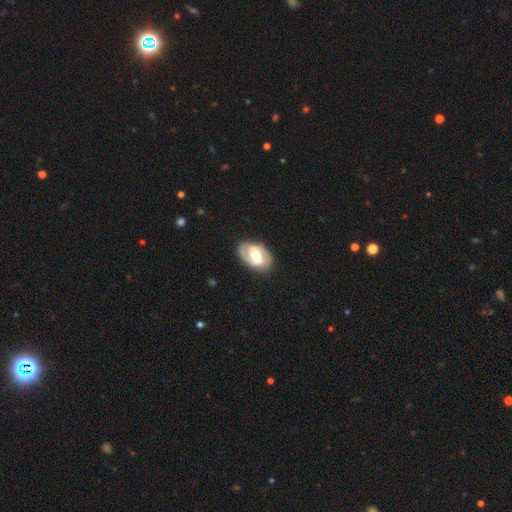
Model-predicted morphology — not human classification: type=featured or disk (77%); edge-on=no (96%); bar=weak (44%); spiral arms=yes (83%); winding=medium (42%, tied with tight); arm count=2 (87%); bulge=moderate (60%); merging=none (85%).